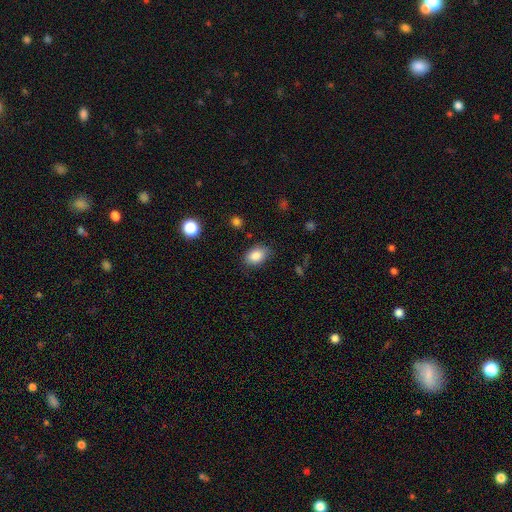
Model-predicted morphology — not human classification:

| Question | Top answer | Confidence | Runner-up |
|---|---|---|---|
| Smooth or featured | smooth | 86% | star or artifact (8%) |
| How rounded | in between | 84% | round (15%) |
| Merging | none | 80% | minor disturbance (15%) |